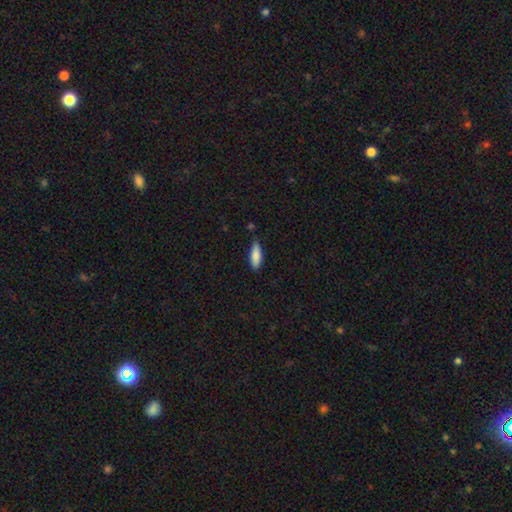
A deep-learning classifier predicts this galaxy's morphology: This is clearly a smooth galaxy (86%). How rounded: possibly in between (59%). Merging: likely none (79%).